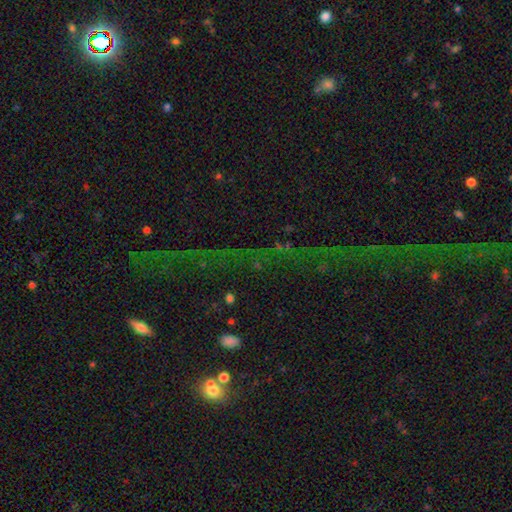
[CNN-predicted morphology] Q: Smooth or featured?
A: star or artifact (74%); runner-up: featured or disk (14%)